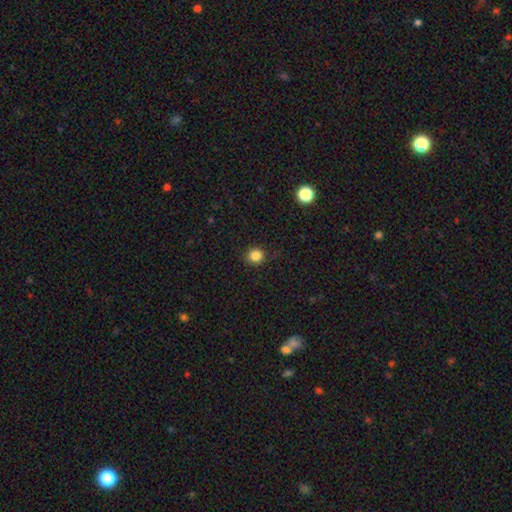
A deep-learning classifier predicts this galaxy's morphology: A smooth galaxy with no disk features (84%) that is round (88%). Merging: none (86%).